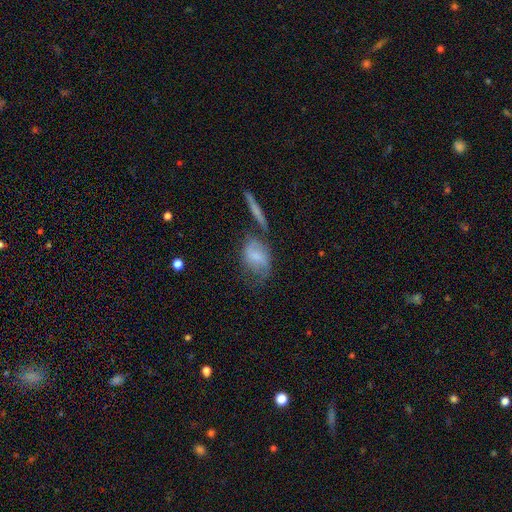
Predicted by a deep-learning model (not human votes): Smooth or featured? smooth (54%)
How rounded? in between (78%)
Merging? none (43%)